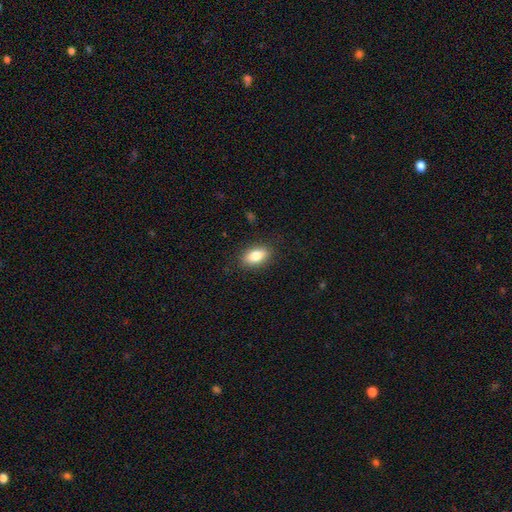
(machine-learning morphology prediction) Smooth or featured: smooth — 81% (featured or disk — 11%)
How rounded: in between — 88% (round — 7%)
Merging: none — 87% (minor disturbance — 10%)